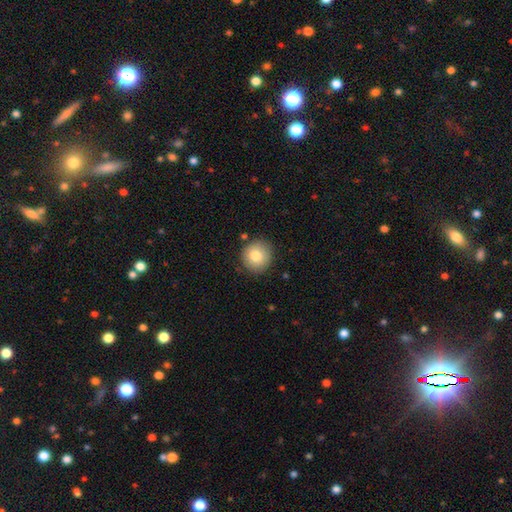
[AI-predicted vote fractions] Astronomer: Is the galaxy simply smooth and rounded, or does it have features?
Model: smooth — 82%.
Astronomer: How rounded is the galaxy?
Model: round — 90%.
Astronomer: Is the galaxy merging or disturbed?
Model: none — 86%.